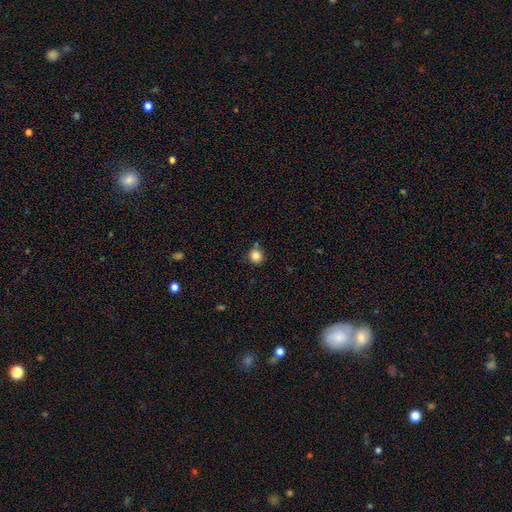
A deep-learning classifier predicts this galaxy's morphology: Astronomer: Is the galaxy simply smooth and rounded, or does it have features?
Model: smooth — 84%.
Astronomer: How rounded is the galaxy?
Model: round — 90%.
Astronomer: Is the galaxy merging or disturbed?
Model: none — 77%.